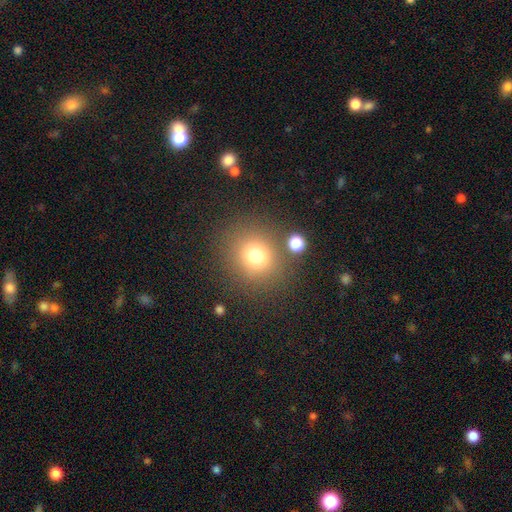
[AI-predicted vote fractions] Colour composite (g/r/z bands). It shows a smooth galaxy with no disk features (75%) that is round (85%). Merging: none (80%).